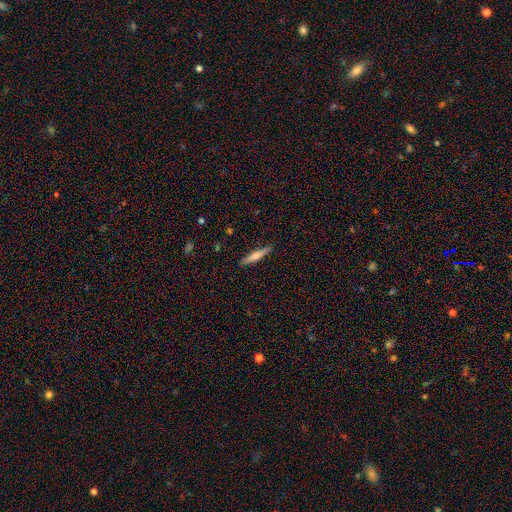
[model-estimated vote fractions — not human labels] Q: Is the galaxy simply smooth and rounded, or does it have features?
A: smooth — 53%.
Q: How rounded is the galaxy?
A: cigar-shaped — 92%.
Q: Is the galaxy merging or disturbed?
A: none — 90%.